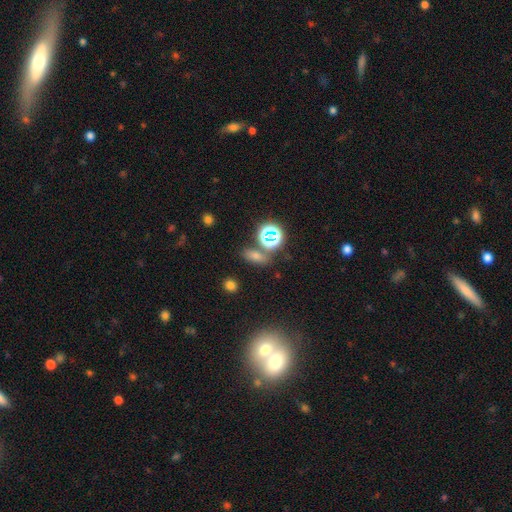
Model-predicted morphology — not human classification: Smooth or featured? Predicted: smooth (p=0.51). How rounded? Predicted: in between (p=0.61). Merging? Predicted: none (p=0.76).